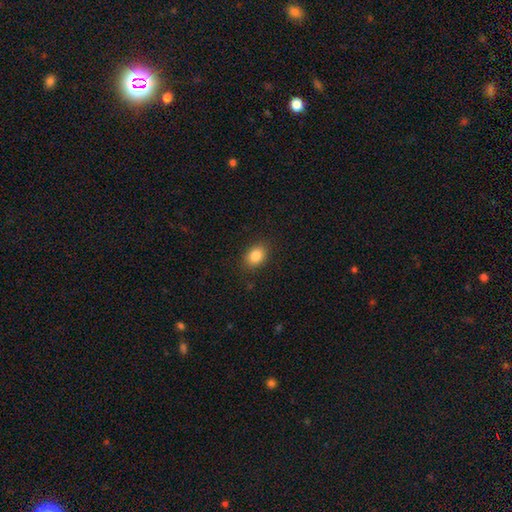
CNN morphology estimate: type=smooth (85%); roundness=in between (71%); merging=none (87%).